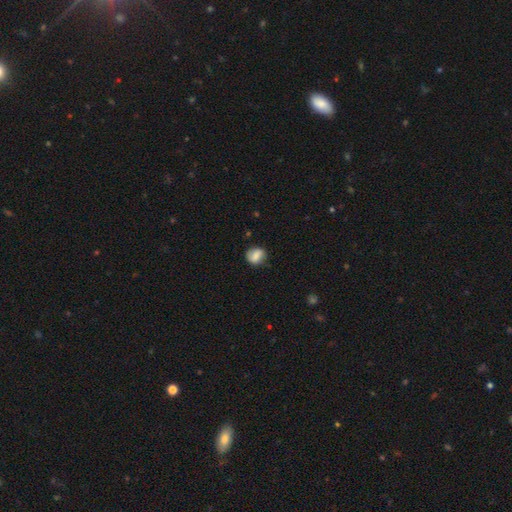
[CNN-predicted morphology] Q: Smooth or featured?
A: smooth (68%); runner-up: featured or disk (23%)
Q: How rounded?
A: round (71%); runner-up: in between (28%)
Q: Merging?
A: none (77%); runner-up: minor disturbance (17%)